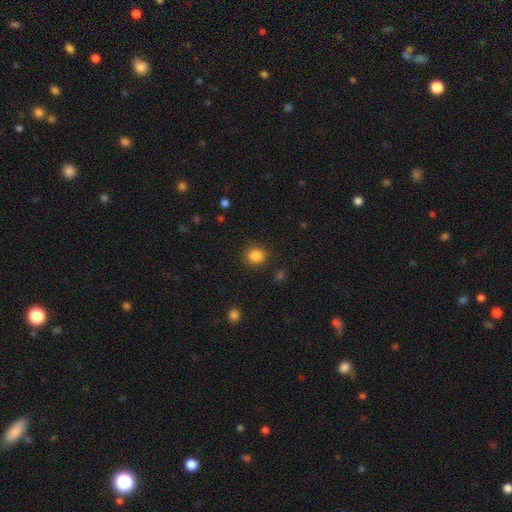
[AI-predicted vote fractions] This is clearly a smooth galaxy (85%). How rounded: likely round (78%). Merging: clearly none (87%).